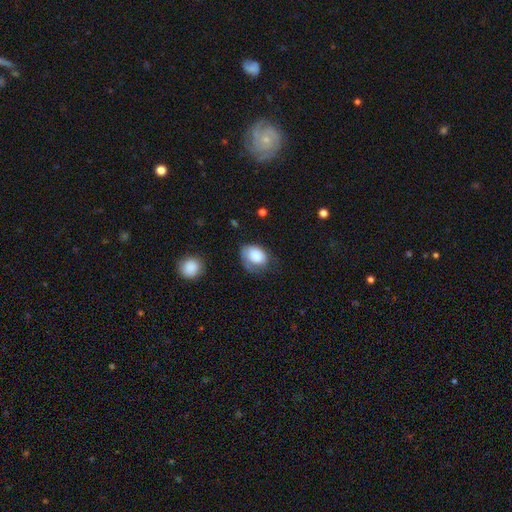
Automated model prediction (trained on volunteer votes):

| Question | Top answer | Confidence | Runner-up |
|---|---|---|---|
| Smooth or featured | smooth | 82% | featured or disk (11%) |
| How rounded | in between | 72% | round (27%) |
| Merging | none | 46% | minor disturbance (33%) |